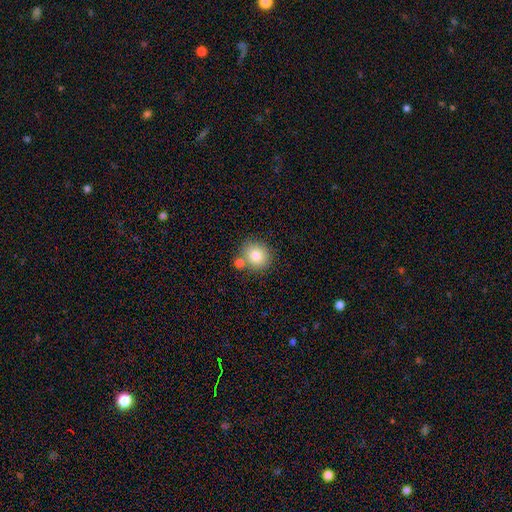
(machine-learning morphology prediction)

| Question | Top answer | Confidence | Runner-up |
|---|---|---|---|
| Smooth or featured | smooth | 81% | star or artifact (9%) |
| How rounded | round | 83% | in between (17%) |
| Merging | none | 68% | merger (19%) |